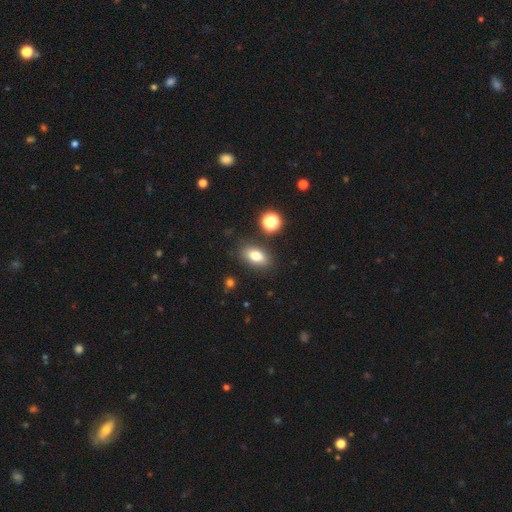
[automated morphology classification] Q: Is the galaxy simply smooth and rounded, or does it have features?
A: smooth — 78%.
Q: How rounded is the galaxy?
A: in between — 86%.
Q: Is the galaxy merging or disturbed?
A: none — 83%.